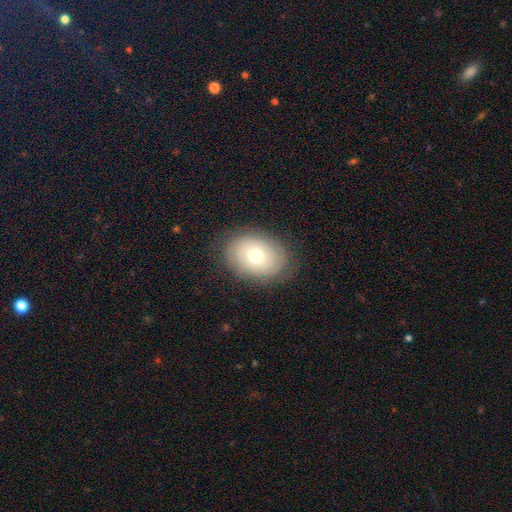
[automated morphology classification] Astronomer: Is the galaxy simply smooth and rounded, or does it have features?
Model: smooth — 59%.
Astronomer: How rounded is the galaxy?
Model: in between — 69%.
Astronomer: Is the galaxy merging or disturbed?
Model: none — 82%.